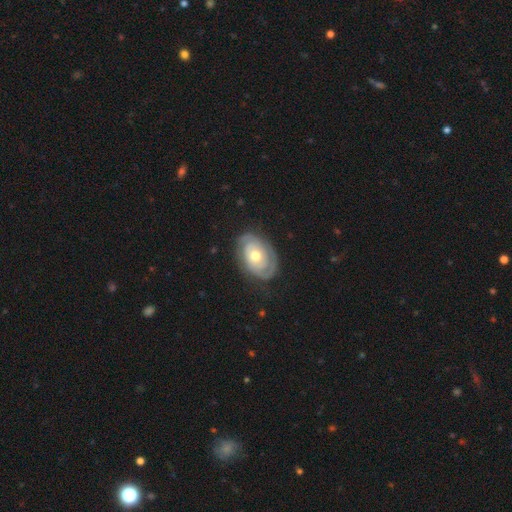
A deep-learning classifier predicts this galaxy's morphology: smooth_or_featured: featured or disk (p=0.76) [alt: smooth p=0.20]
disk_edge_on: no (p=0.96) [alt: yes p=0.04]
bar: no (p=0.84) [alt: weak p=0.13]
has_spiral_arms: yes (p=0.78) [alt: no p=0.22]
spiral_winding: tight (p=0.74) [alt: medium p=0.18]
spiral_arm_count: 2 (p=0.53) [alt: can't tell p=0.27]
bulge_size: moderate (p=0.74) [alt: small p=0.18]
merging: none (p=0.77) [alt: minor disturbance p=0.16]